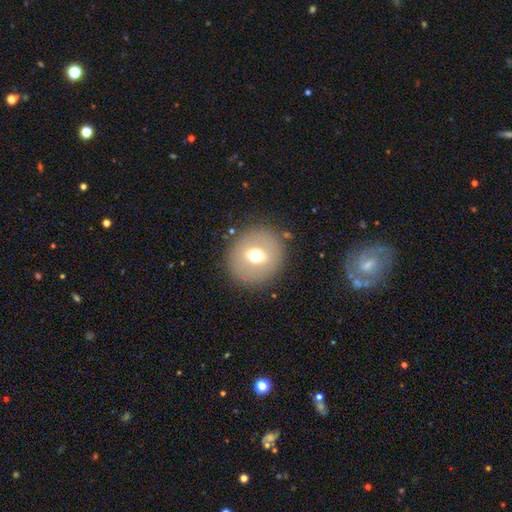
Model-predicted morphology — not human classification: Smooth or featured: smooth — 61% (featured or disk — 27%)
How rounded: round — 87% (in between — 12%)
Merging: none — 86% (minor disturbance — 8%)